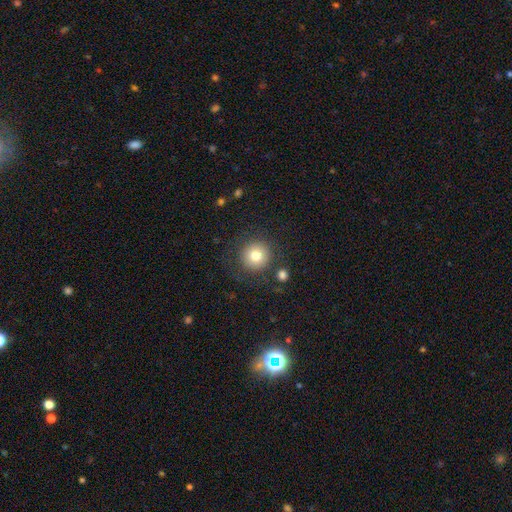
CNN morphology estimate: Smooth or featured: smooth — 79% (star or artifact — 11%)
How rounded: round — 94% (in between — 5%)
Merging: none — 83% (minor disturbance — 8%)